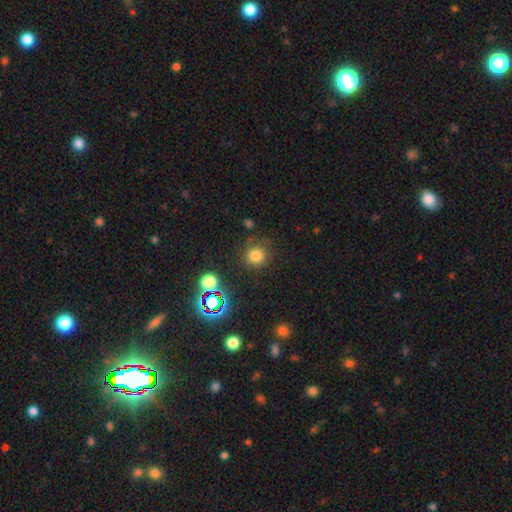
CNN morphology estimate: This appears to be a smooth galaxy with no disk features (75%) that is round (91%). Merging: none (80%).